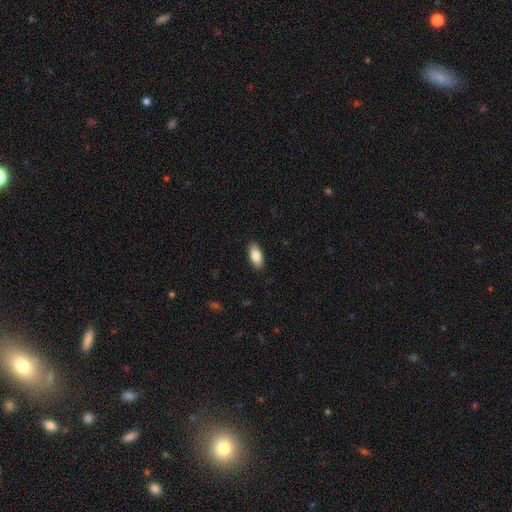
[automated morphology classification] Overall: smooth (84%). How rounded: in between (86%). Merging: none (90%).